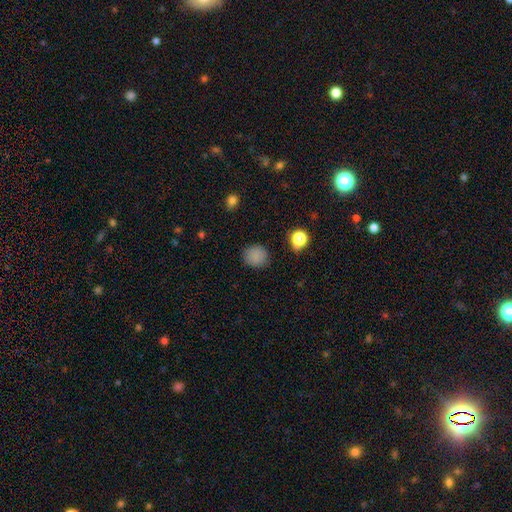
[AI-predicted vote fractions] This is clearly a smooth galaxy (83%). How rounded: clearly round (82%). Merging: clearly none (85%).